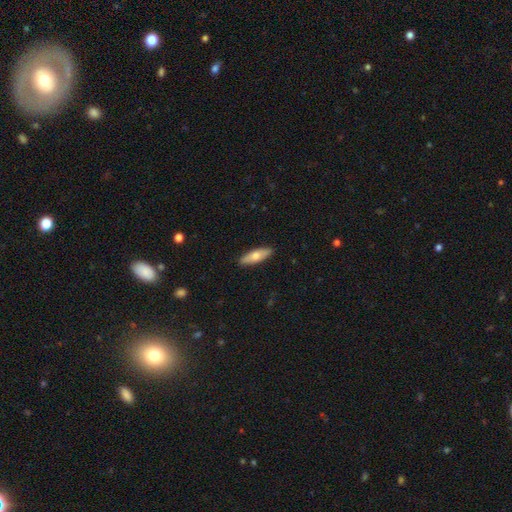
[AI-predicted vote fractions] Q: Smooth or featured?
A: smooth (66%); runner-up: featured or disk (28%)
Q: How rounded?
A: in between (50%); runner-up: cigar-shaped (47%)
Q: Merging?
A: none (90%); runner-up: minor disturbance (8%)